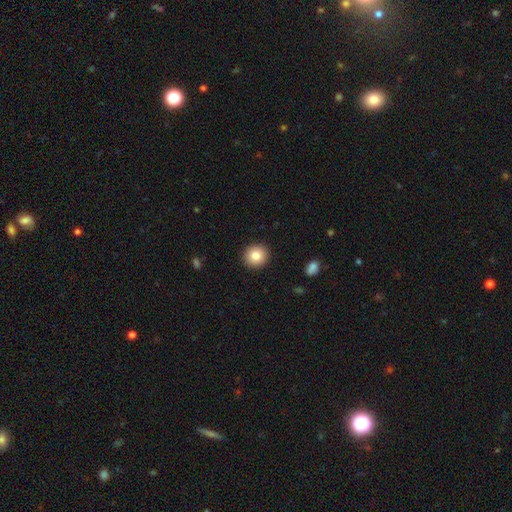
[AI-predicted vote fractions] Morphology: type=smooth (83%); roundness=round (90%); merging=none (92%).